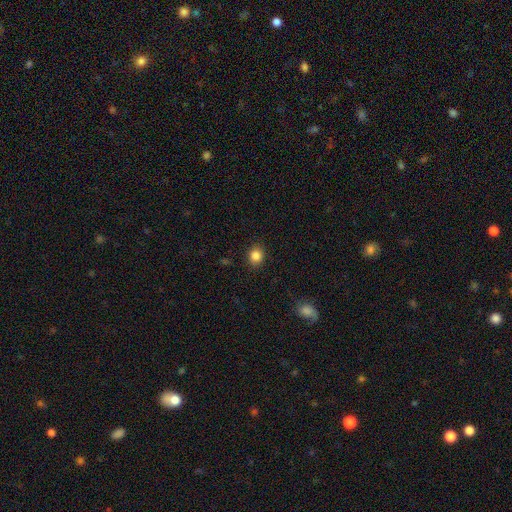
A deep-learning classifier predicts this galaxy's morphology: smooth 85%, star or artifact 11%, featured or disk 5%. Down the decision tree: how rounded — round (73%); merging — none (89%).